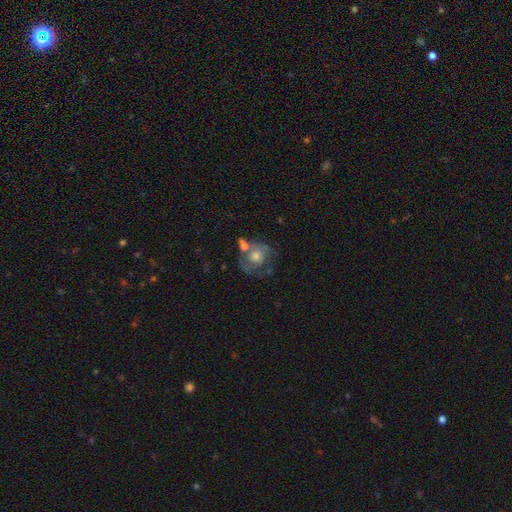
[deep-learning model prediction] Morphology: type=featured or disk (58%); edge-on=no (97%); bar=no (83%); spiral arms=yes (63%); bulge=moderate (59%); merging=none (45%).